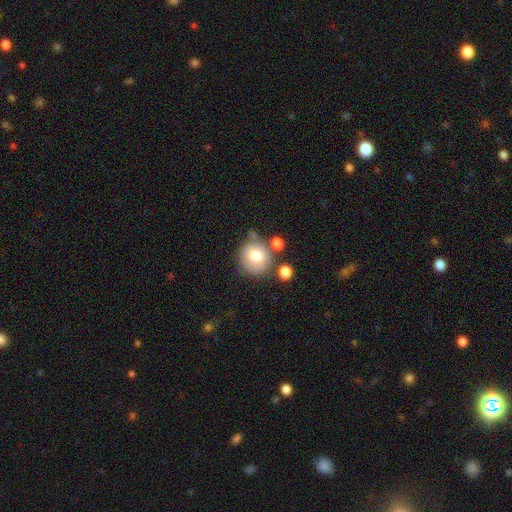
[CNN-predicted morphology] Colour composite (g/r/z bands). It shows a smooth galaxy with no disk features (76%) that is round (89%). Merging: none (66%).